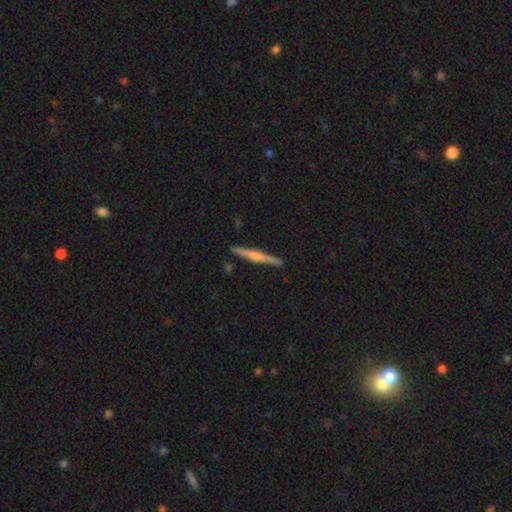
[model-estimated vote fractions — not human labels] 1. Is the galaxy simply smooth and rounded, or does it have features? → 69% featured or disk, 24% smooth, 7% star or artifact.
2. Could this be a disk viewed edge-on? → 97% yes, 3% no.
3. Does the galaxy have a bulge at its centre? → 75% rounded, 18% none, 7% boxy.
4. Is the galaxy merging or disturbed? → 90% none, 7% minor disturbance, 1% major disturbance, 1% merger.